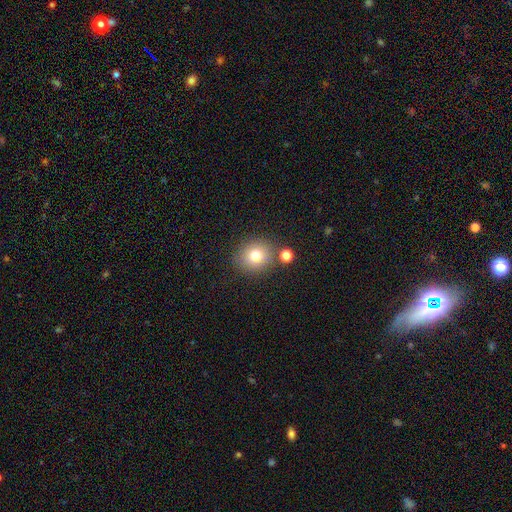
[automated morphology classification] Q: Smooth or featured?
A: smooth (77%); runner-up: star or artifact (12%)
Q: How rounded?
A: round (80%); runner-up: in between (19%)
Q: Merging?
A: none (78%); runner-up: minor disturbance (10%)